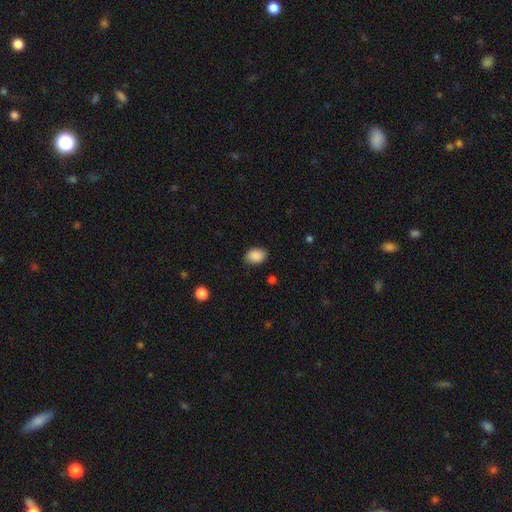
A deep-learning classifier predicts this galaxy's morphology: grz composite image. It shows a smooth galaxy with no disk features (89%) that is in between round and cigar-shaped (77%). Merging: none (85%).